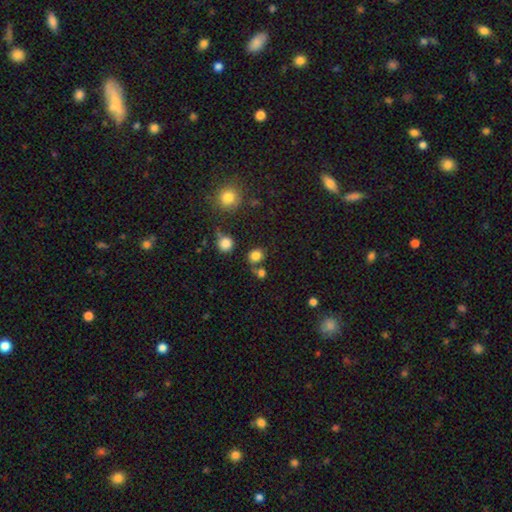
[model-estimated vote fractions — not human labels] A smooth galaxy with no disk features (80%) that is round (74%). Merging: none (65%).